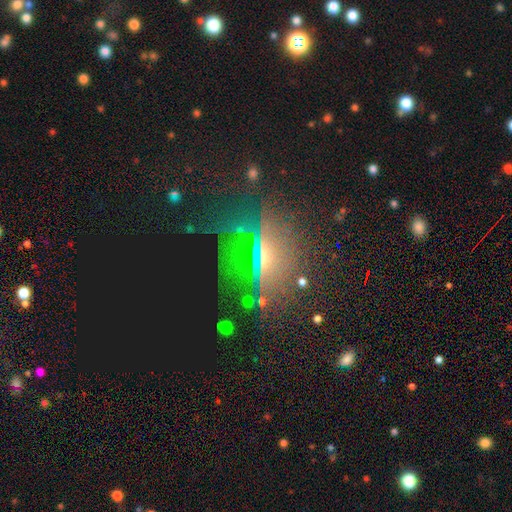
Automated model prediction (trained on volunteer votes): star or artifact 63%, smooth 21%, featured or disk 15%.